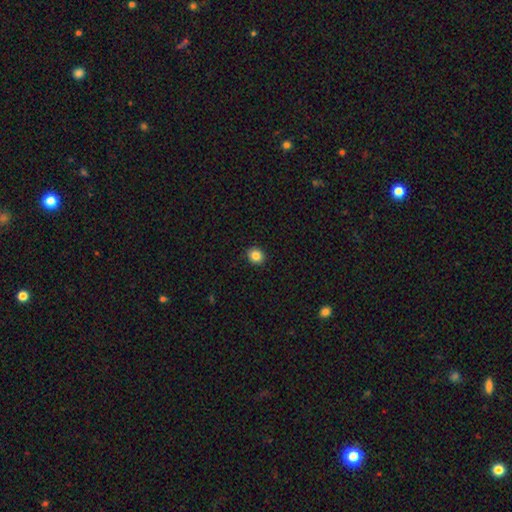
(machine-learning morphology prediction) A smooth galaxy with no disk features (85%) that is round (74%). Merging: none (92%).